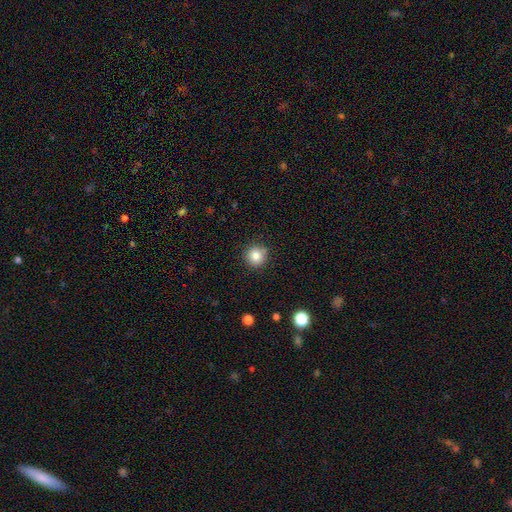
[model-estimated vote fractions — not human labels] The model was most divided on "smooth or featured": smooth: 83%, star or artifact: 11%, featured or disk: 6%. More confident: how rounded — round (93%); merging — none (88%).